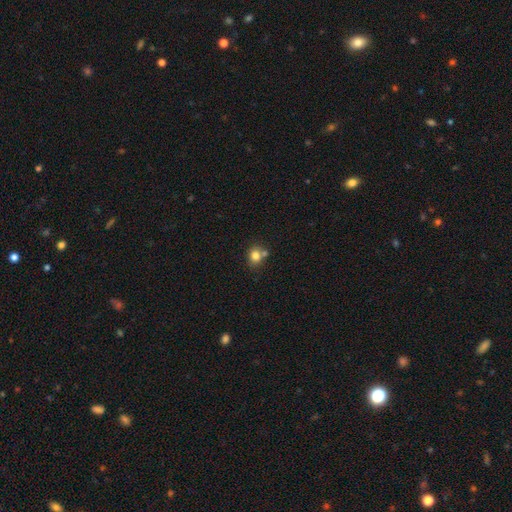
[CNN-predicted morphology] Q: Smooth or featured?
A: smooth (80%); runner-up: star or artifact (11%)
Q: How rounded?
A: round (68%); runner-up: in between (31%)
Q: Merging?
A: none (57%); runner-up: merger (26%)